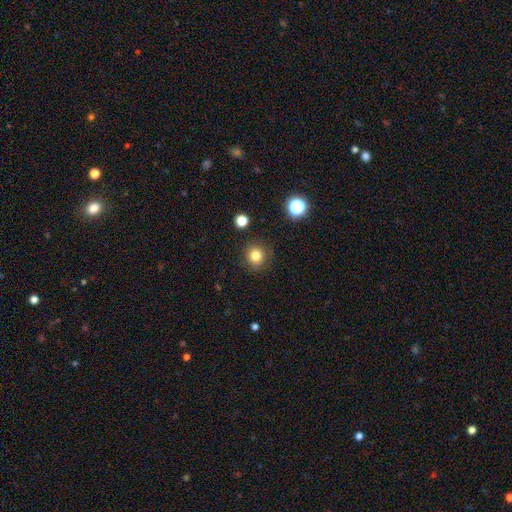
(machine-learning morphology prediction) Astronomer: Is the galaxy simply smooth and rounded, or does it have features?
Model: smooth — 81%.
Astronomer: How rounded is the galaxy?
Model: round — 91%.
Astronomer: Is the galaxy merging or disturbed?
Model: none — 88%.